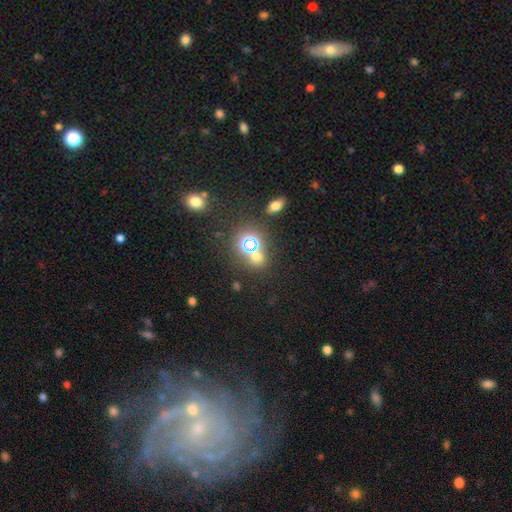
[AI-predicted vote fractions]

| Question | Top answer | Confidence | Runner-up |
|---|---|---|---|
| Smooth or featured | star or artifact | 51% | smooth (41%) |